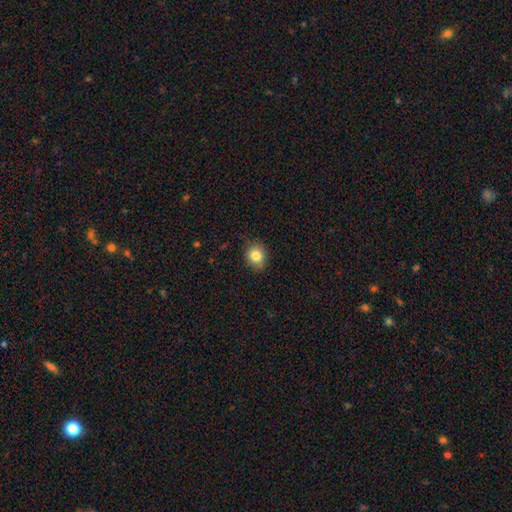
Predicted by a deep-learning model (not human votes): Smooth or featured?
  - smooth: 83% *
  - star or artifact: 10%
  - featured or disk: 7%
How rounded?
  - round: 70% *
  - in between: 29%
  - cigar-shaped: 1%
Merging?
  - none: 83% *
  - minor disturbance: 13%
  - major disturbance: 3%
  - merger: 1%